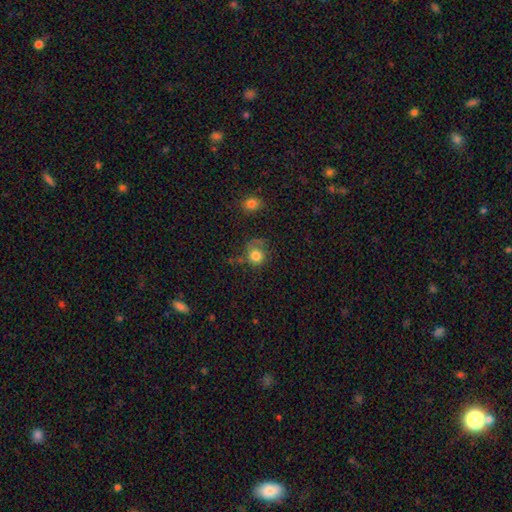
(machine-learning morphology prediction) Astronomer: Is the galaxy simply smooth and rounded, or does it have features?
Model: smooth — 78%.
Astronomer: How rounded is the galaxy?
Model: round — 84%.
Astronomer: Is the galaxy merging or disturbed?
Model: none — 52%.